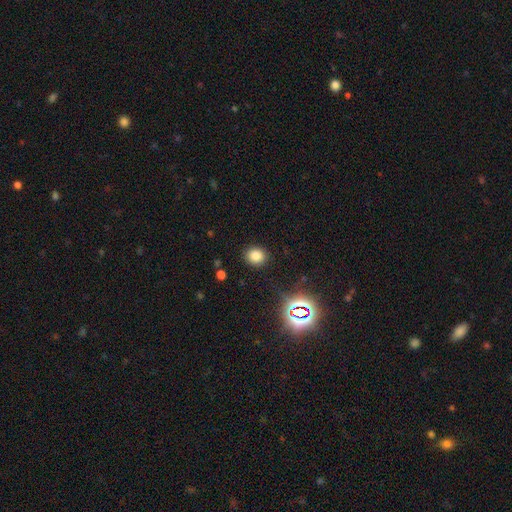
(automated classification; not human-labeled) smooth-or-featured: smooth: 79% | star or artifact: 16% | featured or disk: 5%
  how-rounded: round: 76% | in between: 23% | cigar-shaped: 1%
  merging: none: 88% | minor disturbance: 7% | major disturbance: 3% | merger: 1%